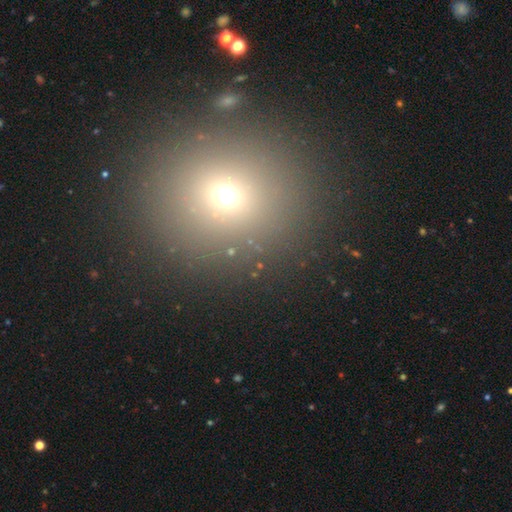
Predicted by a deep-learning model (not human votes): A smooth galaxy with no disk features (63%) that is round (85%). Merging: none (86%).